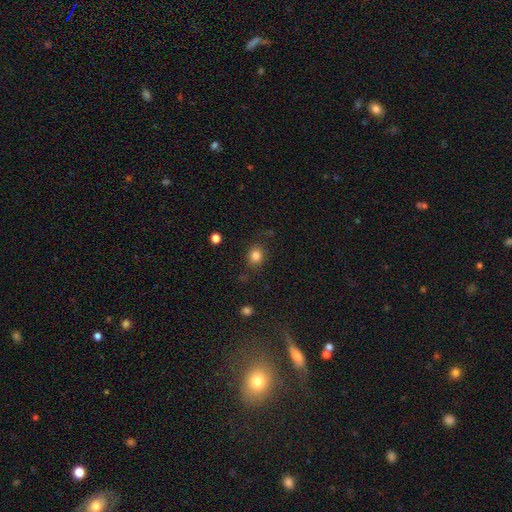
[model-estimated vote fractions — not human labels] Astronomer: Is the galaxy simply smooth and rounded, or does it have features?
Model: smooth — 83%.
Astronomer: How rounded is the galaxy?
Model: round — 70%.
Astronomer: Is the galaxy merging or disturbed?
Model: none — 82%.